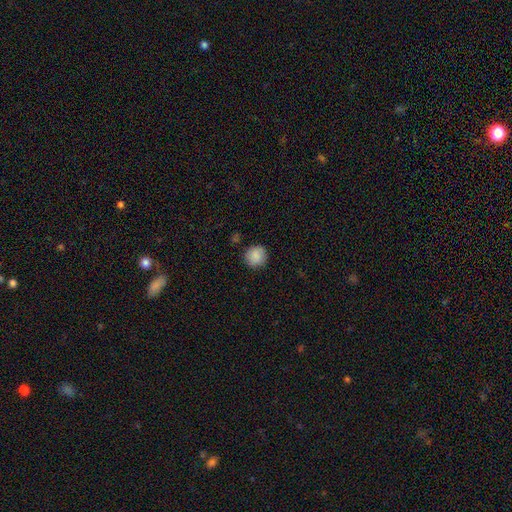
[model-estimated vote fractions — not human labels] smooth 87%, star or artifact 8%, featured or disk 5%. Down the decision tree: how rounded — round (93%); merging — none (88%).